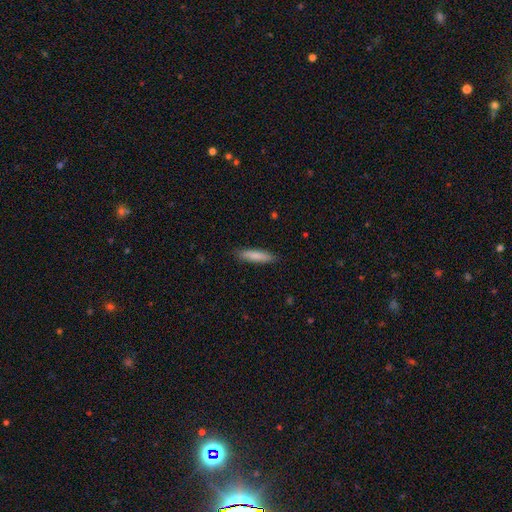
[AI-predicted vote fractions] The model was most divided on "how rounded": cigar-shaped: 79%, in between: 20%, round: 1%. More confident: merging — none (88%); smooth or featured — smooth (84%).